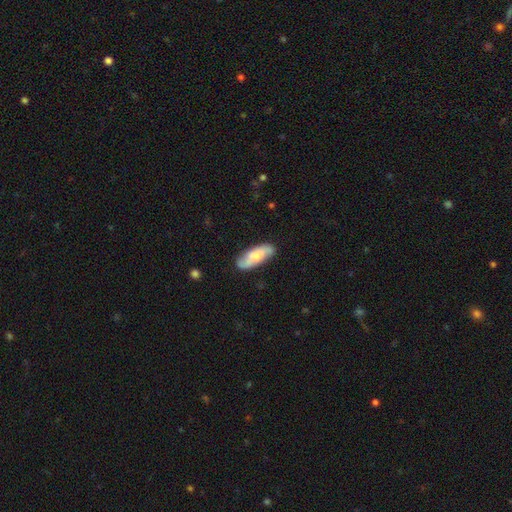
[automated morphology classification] smooth-or-featured: smooth: 53% | featured or disk: 41% | star or artifact: 6%
  how-rounded: in between: 68% | cigar-shaped: 30% | round: 2%
  merging: none: 79% | minor disturbance: 16% | major disturbance: 4% | merger: 2%